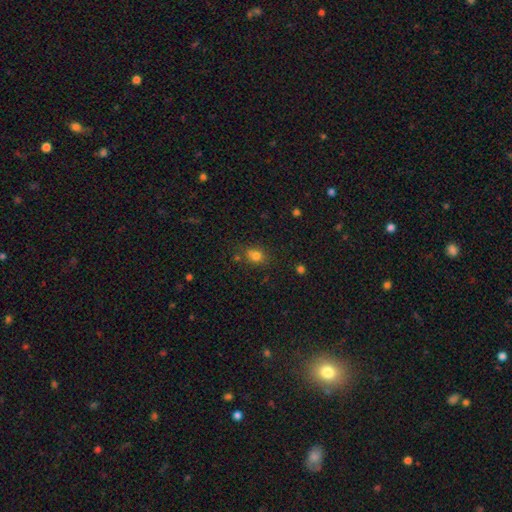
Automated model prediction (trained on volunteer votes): Smooth or featured? smooth (78%)
How rounded? in between (51%)
Merging? none (69%)